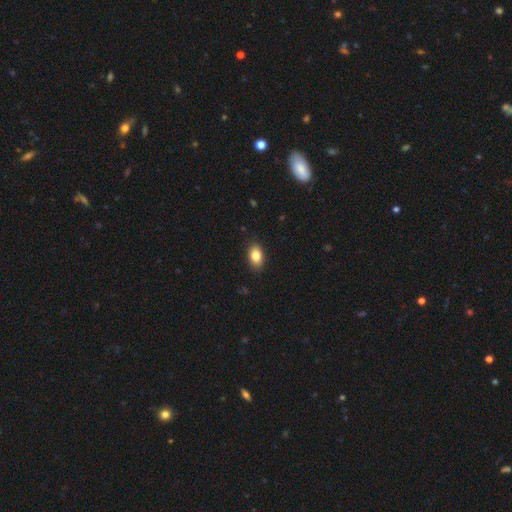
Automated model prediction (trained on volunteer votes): Smooth or featured? smooth (84%)
How rounded? in between (88%)
Merging? none (87%)